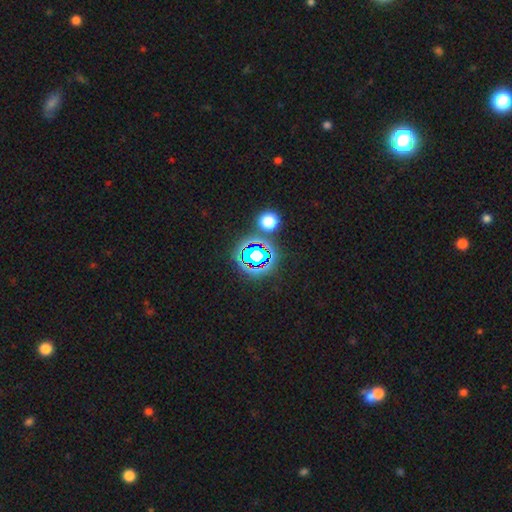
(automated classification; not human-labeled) star or artifact 69%, smooth 19%, featured or disk 11%.